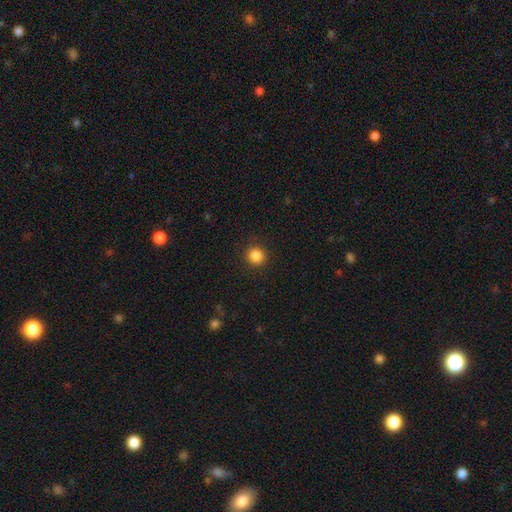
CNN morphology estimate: Overall: smooth (85%). How rounded: round (91%). Merging: none (91%).